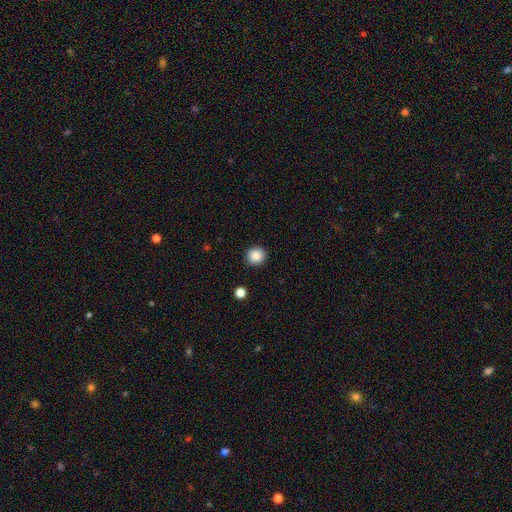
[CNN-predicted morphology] Smooth or featured?
  - smooth: 87% *
  - star or artifact: 10%
  - featured or disk: 4%
How rounded?
  - round: 92% *
  - in between: 7%
  - cigar-shaped: 1%
Merging?
  - none: 91% *
  - minor disturbance: 6%
  - major disturbance: 2%
  - merger: 1%